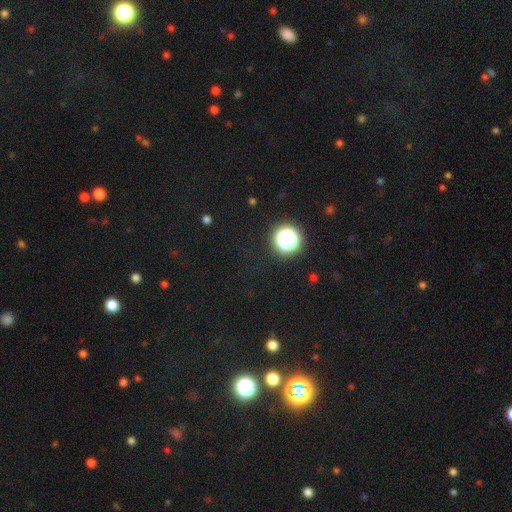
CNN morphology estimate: Overall: star or artifact (73%).